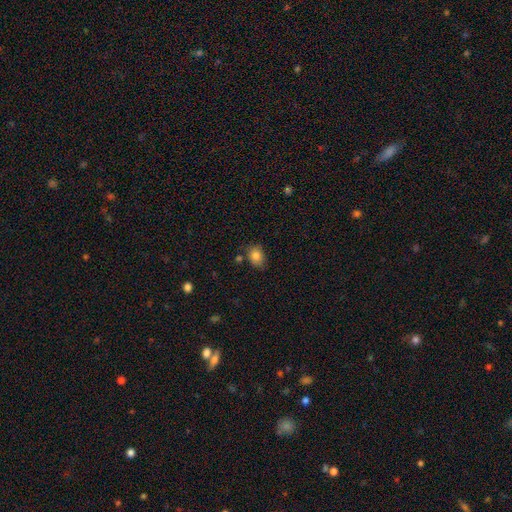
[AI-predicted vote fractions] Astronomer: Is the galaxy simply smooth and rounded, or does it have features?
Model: smooth — 83%.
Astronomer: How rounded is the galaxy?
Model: in between — 59% (runner-up: round, 40%).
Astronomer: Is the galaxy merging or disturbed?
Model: none — 74%.